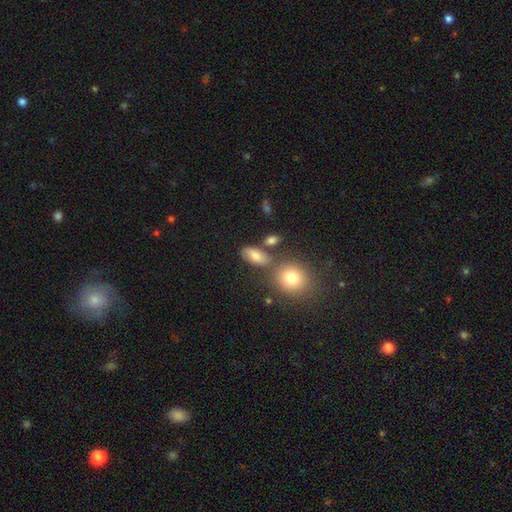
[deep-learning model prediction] Overall: smooth (78%). How rounded: in between (83%). Merging: none (67%).